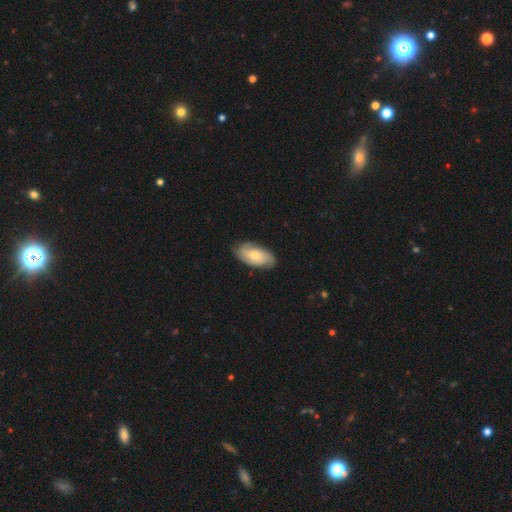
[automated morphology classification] A featured or disk galaxy (50%).

Vote fractions:
- Smooth or featured? featured or disk: 50% / smooth: 45% / star or artifact: 6%
- Merging? none: 80% / minor disturbance: 16% / major disturbance: 3% / merger: 1%